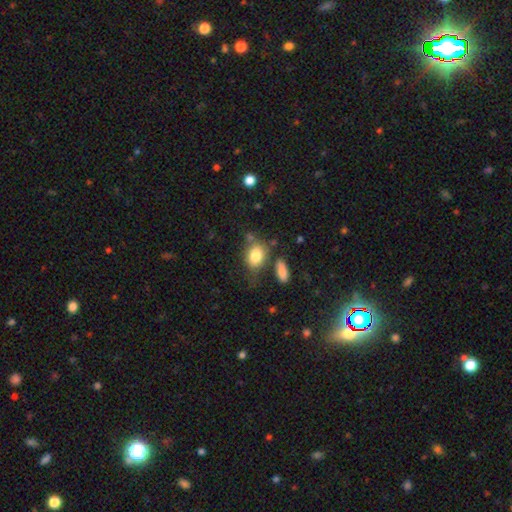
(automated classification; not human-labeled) Smooth or featured: smooth — 82% (featured or disk — 10%)
How rounded: in between — 70% (round — 29%)
Merging: none — 57% (minor disturbance — 21%)